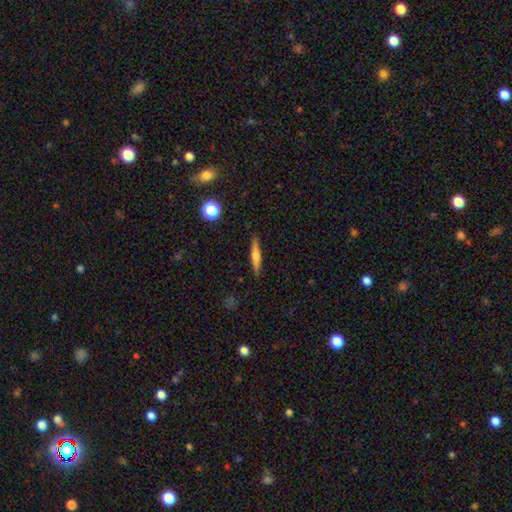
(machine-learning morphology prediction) Smooth or featured: featured or disk — 51% (smooth — 42%)
Edge-on disk: yes — 96% (no — 4%)
Merging: none — 89% (minor disturbance — 8%)